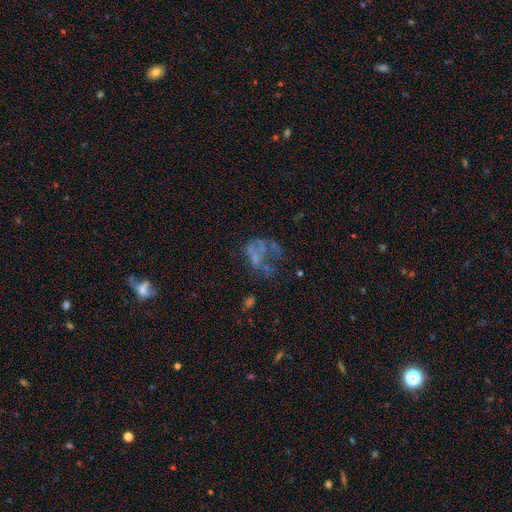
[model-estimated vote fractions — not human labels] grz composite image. It shows a featured or disk galaxy (53%) with no bar (92%), no spiral arms (93%) and no central bulge (77%). Merging: major disturbance (39%).